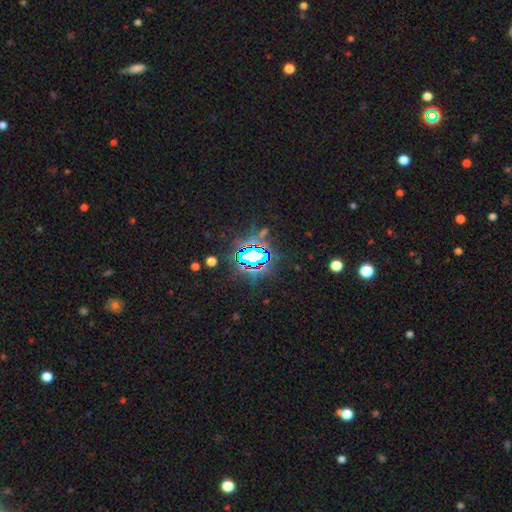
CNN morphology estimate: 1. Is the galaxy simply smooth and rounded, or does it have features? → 80% star or artifact, 12% smooth, 8% featured or disk.